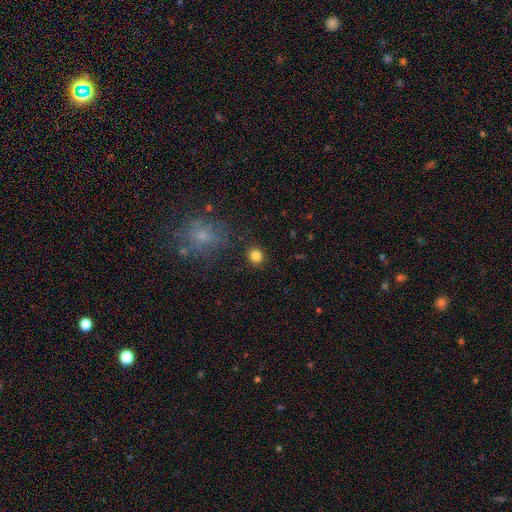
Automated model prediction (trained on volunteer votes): smooth 83%, star or artifact 12%, featured or disk 5%. Down the decision tree: how rounded — round (90%); merging — none (89%).